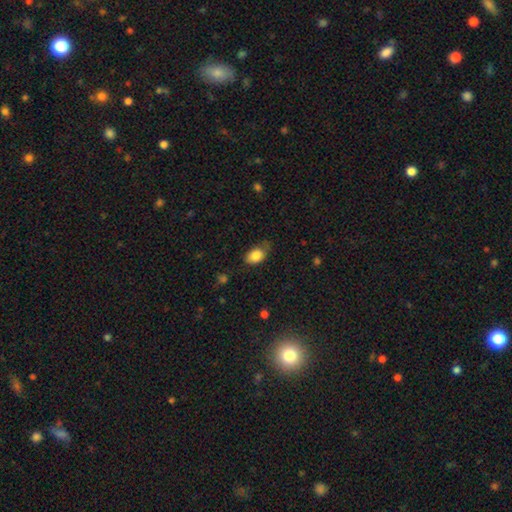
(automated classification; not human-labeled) Smooth or featured: smooth — 84% (featured or disk — 9%)
How rounded: in between — 86% (round — 13%)
Merging: none — 56% (minor disturbance — 33%)